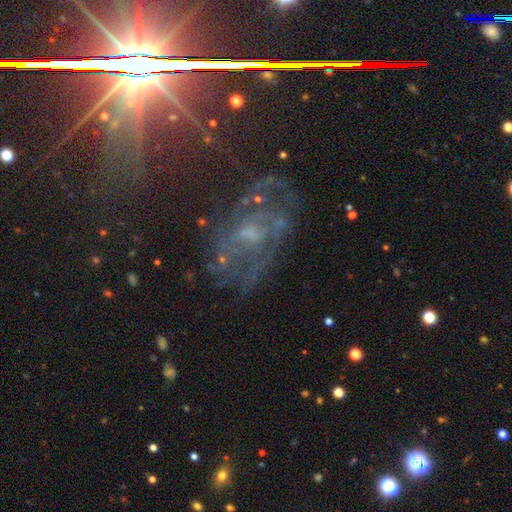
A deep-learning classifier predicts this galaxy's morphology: type=featured or disk (57%); edge-on=no (90%); bar=no (70%); spiral arms=yes (61%); bulge=small (52%); merging=none (61%).